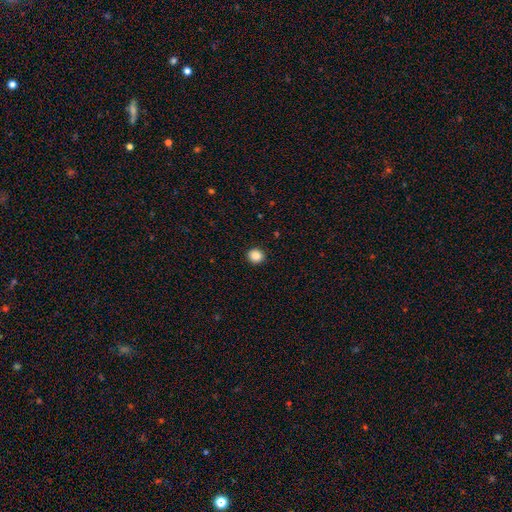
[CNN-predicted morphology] Overall: smooth (87%). How rounded: round (89%). Merging: none (93%).